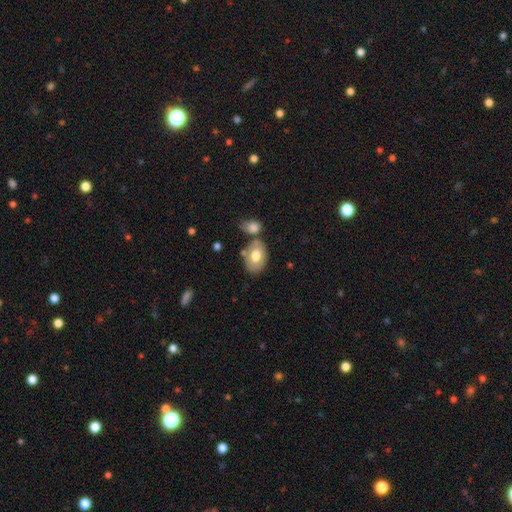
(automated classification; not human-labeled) A smooth galaxy with no disk features (68%) that is in between round and cigar-shaped (82%). Merging: none (56%).